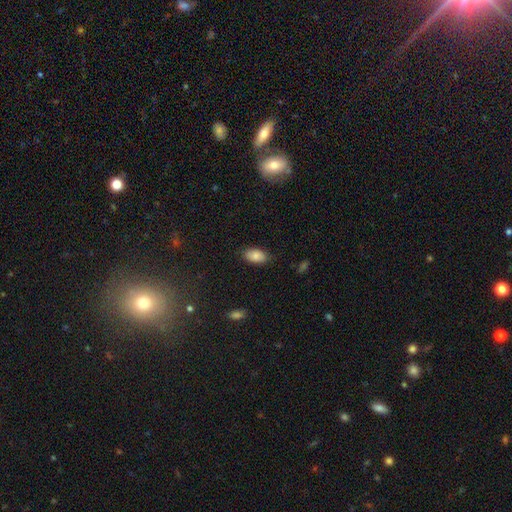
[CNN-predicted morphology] Smooth or featured? smooth (85%)
How rounded? in between (94%)
Merging? none (82%)